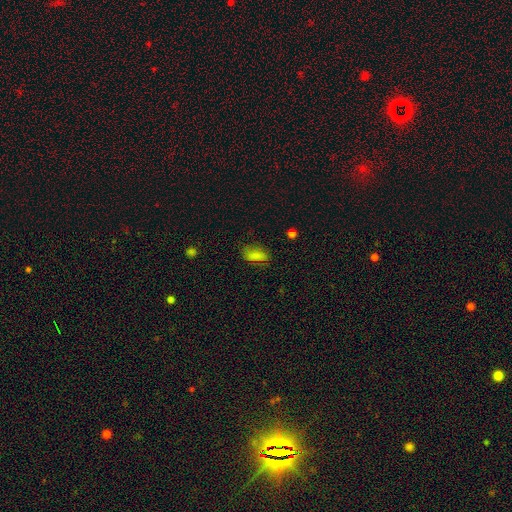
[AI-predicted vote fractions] This appears to be a smooth galaxy with no disk features (81%) that is in between round and cigar-shaped (85%). Merging: none (72%).